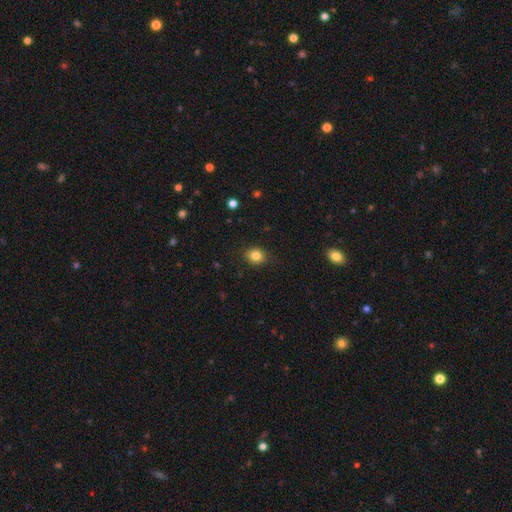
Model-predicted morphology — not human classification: Smooth or featured?
  - smooth: 84% *
  - star or artifact: 10%
  - featured or disk: 6%
How rounded?
  - round: 63% *
  - in between: 36%
  - cigar-shaped: 1%
Merging?
  - none: 86% *
  - minor disturbance: 10%
  - major disturbance: 2%
  - merger: 1%